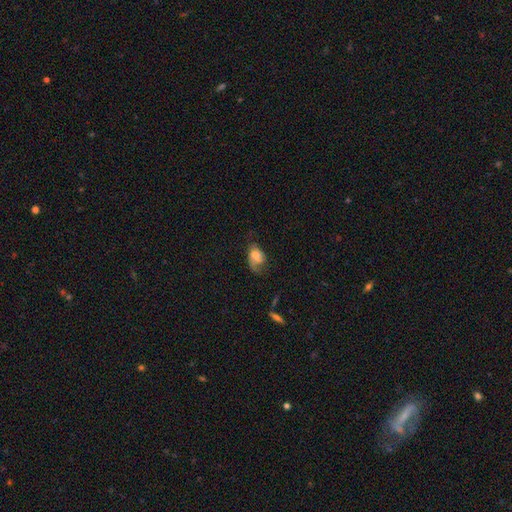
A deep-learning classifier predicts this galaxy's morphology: Smooth or featured: smooth — 56% (featured or disk — 35%)
How rounded: in between — 76% (round — 22%)
Merging: major disturbance — 37% (none — 32%)